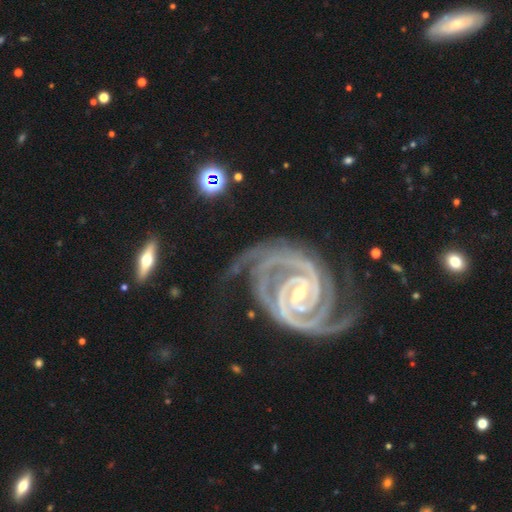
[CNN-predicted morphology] This appears to be a featured or disk galaxy (93%) with a strong bar (41%), 2 (76%) tight (69%) spiral arms (99%) and a small central bulge (62%). Merging: none (67%).